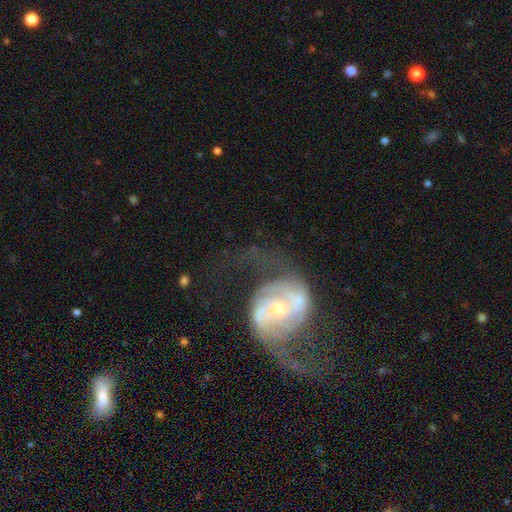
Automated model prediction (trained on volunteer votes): Q: Smooth or featured?
A: featured or disk (87%); runner-up: star or artifact (7%)
Q: Edge-on disk?
A: no (97%); runner-up: yes (3%)
Q: Bar?
A: no (45%); runner-up: weak (31%)
Q: Spiral arms?
A: yes (94%); runner-up: no (6%)
Q: Spiral winding?
A: loose (45%); runner-up: medium (42%)
Q: Spiral arm count?
A: 2 (92%); runner-up: can't tell (3%)
Q: Bulge size?
A: small (49%); runner-up: moderate (44%)
Q: Merging?
A: none (62%); runner-up: major disturbance (17%)